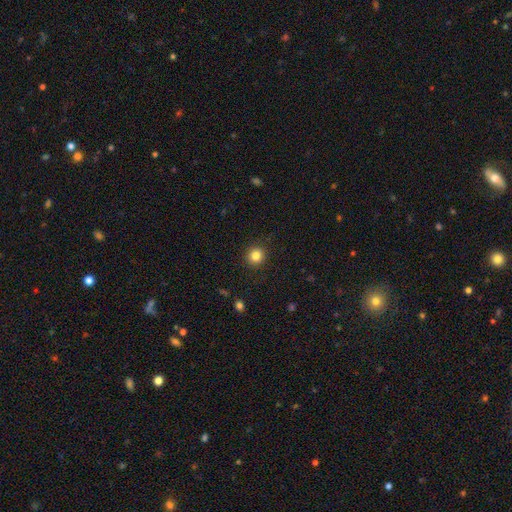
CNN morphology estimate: This appears to be a smooth galaxy with no disk features (83%) that is round (92%). Merging: none (91%).